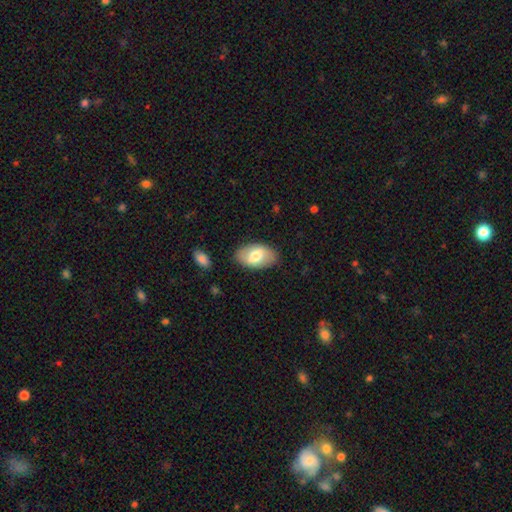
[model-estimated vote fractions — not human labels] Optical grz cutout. It shows a smooth galaxy with no disk features (67%) that is in between round and cigar-shaped (93%). Merging: none (84%).